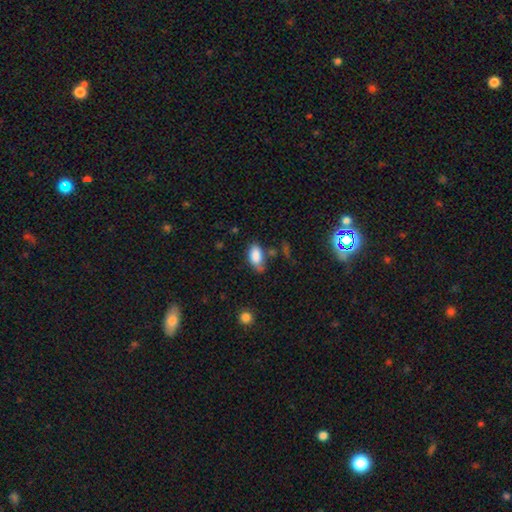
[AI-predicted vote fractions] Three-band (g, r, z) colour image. It shows a smooth galaxy with no disk features (85%) that is in between round and cigar-shaped (92%). Merging: none (58%).